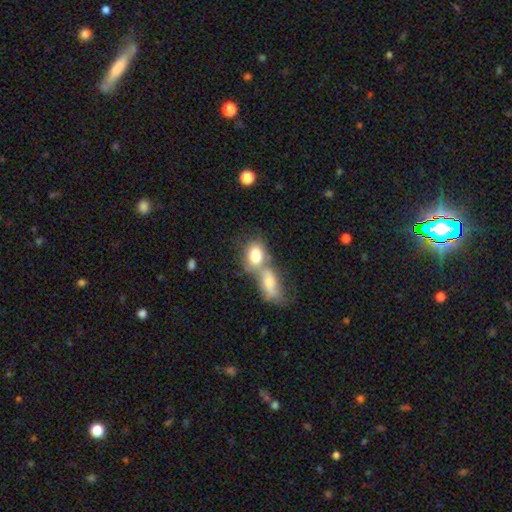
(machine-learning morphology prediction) A smooth galaxy with no disk features (76%) that is in between round and cigar-shaped (75%).

Vote fractions:
- Smooth or featured? smooth: 76% / featured or disk: 16% / star or artifact: 7%
- How rounded? in between: 75% / round: 22% / cigar-shaped: 3%
- Merging? merger: 64% / none: 23% / minor disturbance: 8% / major disturbance: 6%